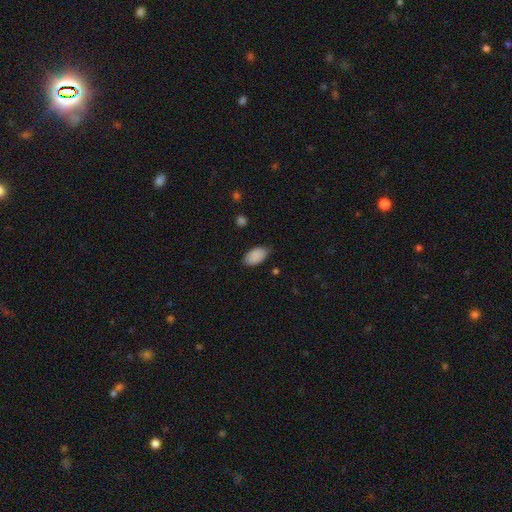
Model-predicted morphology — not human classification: smooth_or_featured: smooth (p=0.89) [alt: star or artifact p=0.07]
how_rounded: in between (p=0.94) [alt: round p=0.05]
merging: none (p=0.77) [alt: minor disturbance p=0.19]